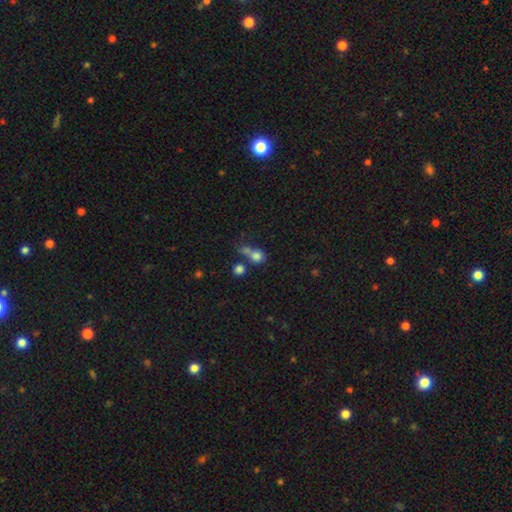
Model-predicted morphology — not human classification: Smooth or featured? Predicted: smooth (p=0.77). How rounded? Predicted: round (p=0.76). Merging? Predicted: merger (p=0.41).